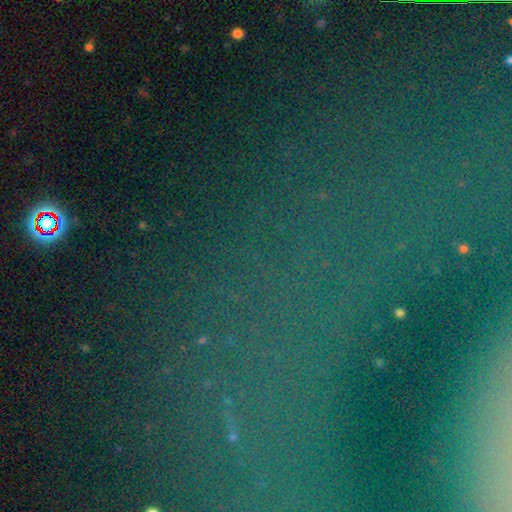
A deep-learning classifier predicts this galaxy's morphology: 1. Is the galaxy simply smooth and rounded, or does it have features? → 73% star or artifact, 14% smooth, 13% featured or disk.